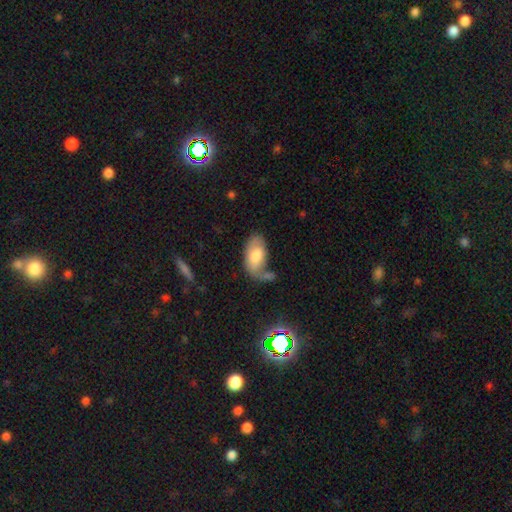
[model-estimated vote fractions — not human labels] This appears to be a smooth galaxy with no disk features (69%) that is in between round and cigar-shaped (94%). Merging: none (43%).